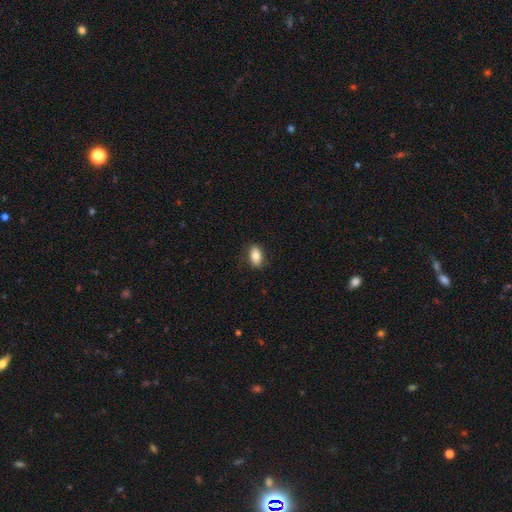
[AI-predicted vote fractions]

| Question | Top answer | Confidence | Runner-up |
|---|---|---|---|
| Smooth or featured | smooth | 78% | featured or disk (14%) |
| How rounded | in between | 88% | round (6%) |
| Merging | none | 80% | minor disturbance (16%) |